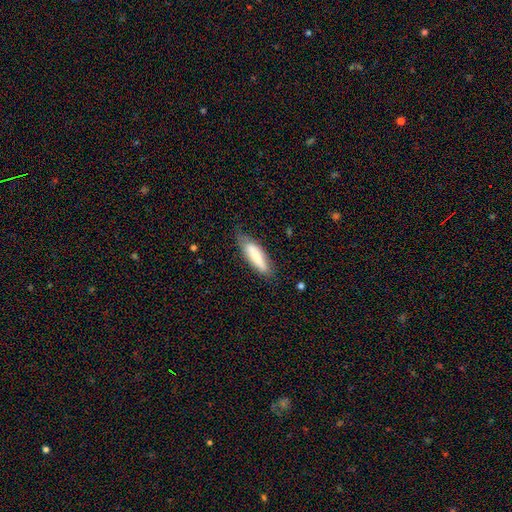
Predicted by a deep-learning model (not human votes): Overall: smooth (76%). How rounded: cigar-shaped (55%; in between 43%). Merging: none (67%).